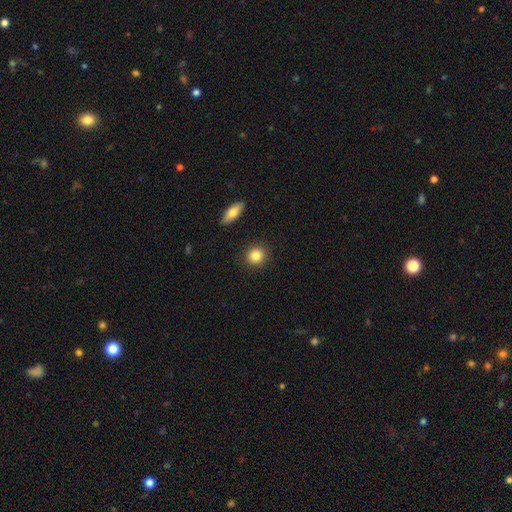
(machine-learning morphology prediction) type=smooth (85%); roundness=round (84%); merging=none (90%).